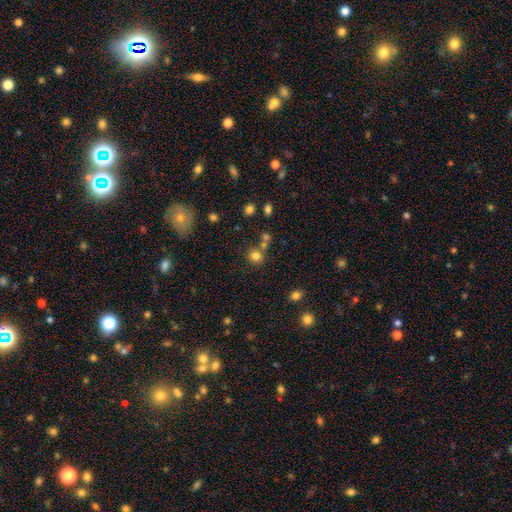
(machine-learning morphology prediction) smooth 79%, star or artifact 14%, featured or disk 7%. Down the decision tree: how rounded — round (87%); merging — none (67%).